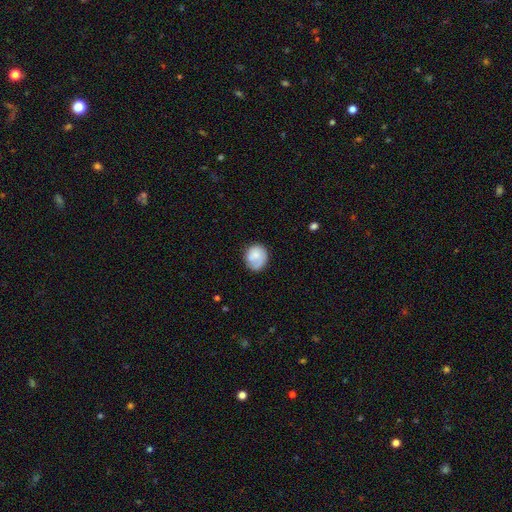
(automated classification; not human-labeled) Morphology: type=smooth (68%); roundness=round (72%); merging=none (66%).